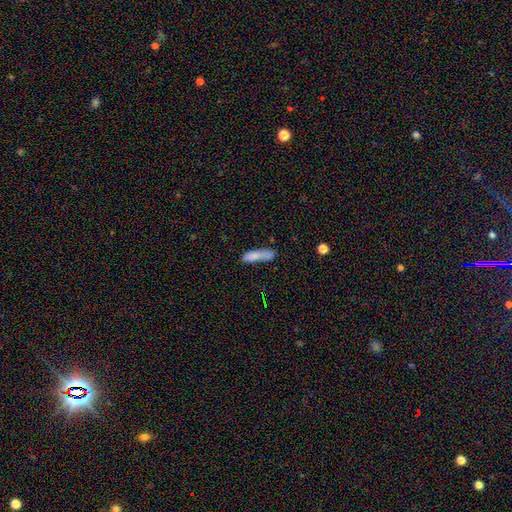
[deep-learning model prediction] A smooth galaxy with no disk features (79%) that is cigar-shaped (76%).

Vote fractions:
- Smooth or featured? smooth: 79% / featured or disk: 13% / star or artifact: 8%
- How rounded? cigar-shaped: 76% / in between: 23% / round: 2%
- Merging? none: 57% / minor disturbance: 24% / merger: 10% / major disturbance: 9%